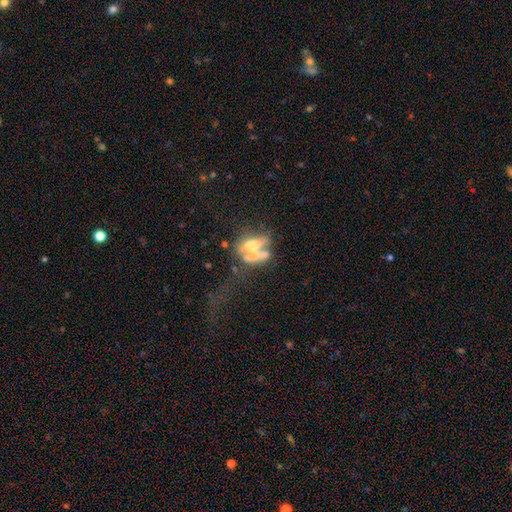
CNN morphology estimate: featured or disk 47%, smooth 42%, star or artifact 11%. Down the decision tree: merging — merger (57%).